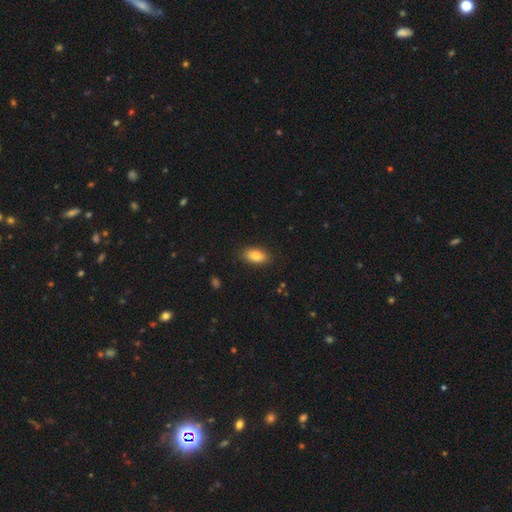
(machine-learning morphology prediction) A smooth galaxy with no disk features (85%) that is in between round and cigar-shaped (91%).

Vote fractions:
- Smooth or featured? smooth: 85% / featured or disk: 8% / star or artifact: 8%
- How rounded? in between: 91% / round: 5% / cigar-shaped: 4%
- Merging? none: 85% / minor disturbance: 11% / major disturbance: 3% / merger: 1%